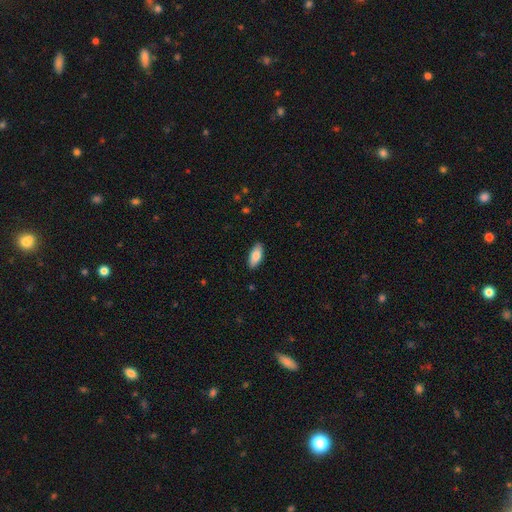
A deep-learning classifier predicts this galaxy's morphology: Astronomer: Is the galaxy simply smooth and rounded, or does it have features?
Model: smooth — 83%.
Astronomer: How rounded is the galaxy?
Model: in between — 87%.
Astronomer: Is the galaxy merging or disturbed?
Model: none — 89%.